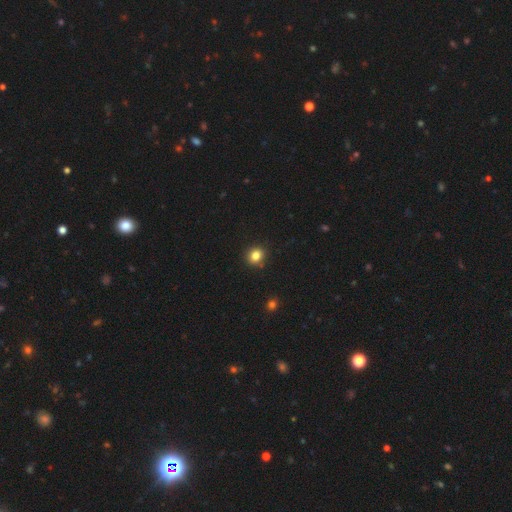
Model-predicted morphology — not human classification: smooth 83%, star or artifact 12%, featured or disk 5%. Down the decision tree: how rounded — round (83%); merging — none (88%).